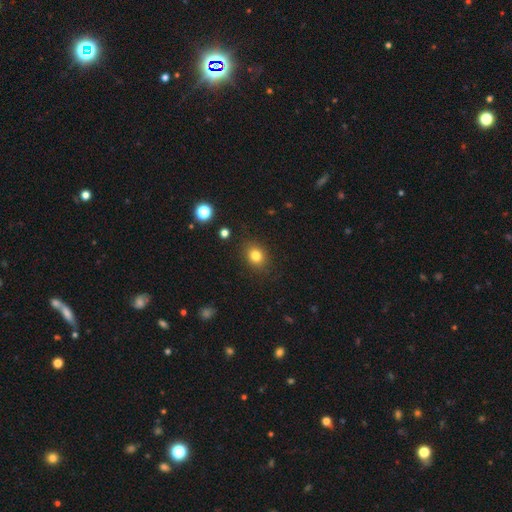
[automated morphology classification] smooth-or-featured: smooth: 81% | star or artifact: 12% | featured or disk: 7%
  how-rounded: round: 59% | in between: 40% | cigar-shaped: 1%
  merging: none: 86% | minor disturbance: 9% | major disturbance: 3% | merger: 1%